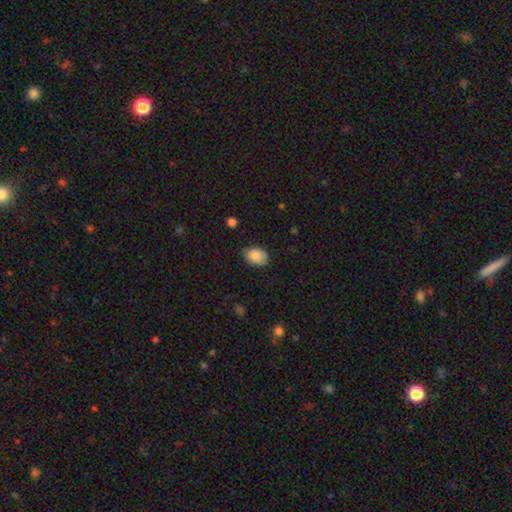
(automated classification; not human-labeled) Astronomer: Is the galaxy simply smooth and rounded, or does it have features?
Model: smooth — 86%.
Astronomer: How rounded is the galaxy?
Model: in between — 80%.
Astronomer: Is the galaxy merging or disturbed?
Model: none — 76%.